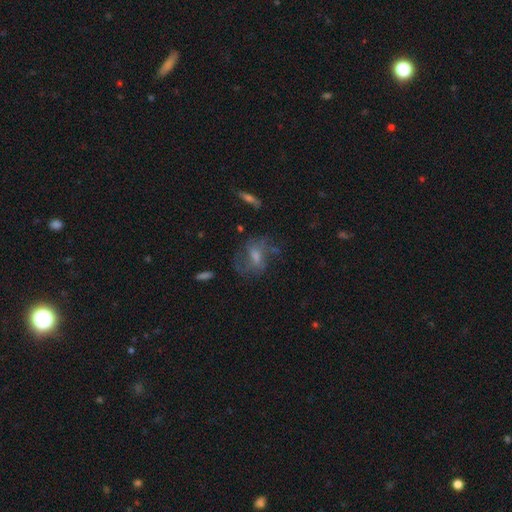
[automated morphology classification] This is possibly a featured or disk galaxy (57%). It is clearly not viewed edge-on (94%). Bar: marginally weak (45%). Spiral arm pattern: likely yes (66%). Central bulge: marginally moderate (43%). Merging: possibly none (54%).